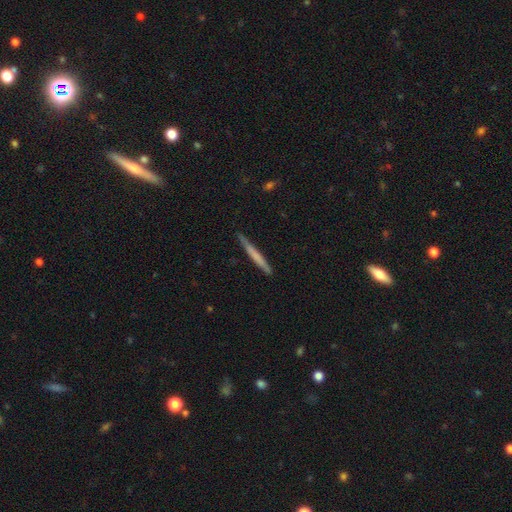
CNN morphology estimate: A smooth galaxy with no disk features (57%) that is cigar-shaped (97%).

Vote fractions:
- Smooth or featured? smooth: 57% / featured or disk: 37% / star or artifact: 6%
- How rounded? cigar-shaped: 97% / in between: 2% / round: 1%
- Merging? none: 87% / minor disturbance: 10% / major disturbance: 2% / merger: 1%